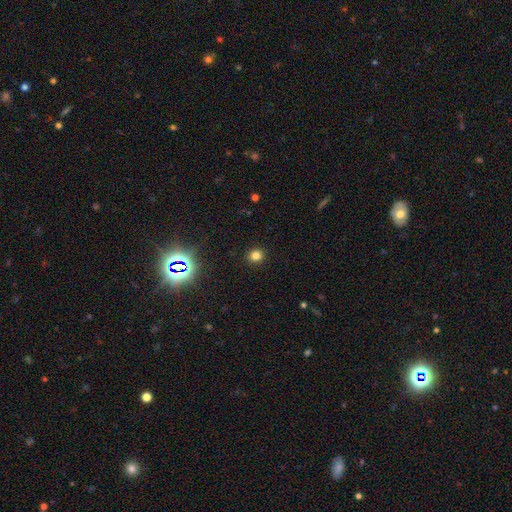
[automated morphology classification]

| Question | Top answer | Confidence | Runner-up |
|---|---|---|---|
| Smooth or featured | smooth | 78% | star or artifact (17%) |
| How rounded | round | 86% | in between (13%) |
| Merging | none | 92% | minor disturbance (5%) |